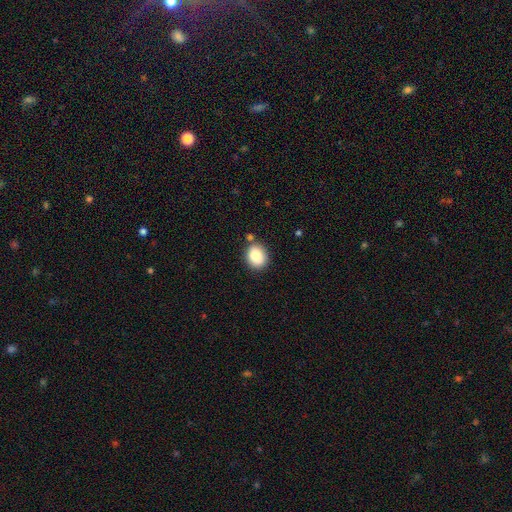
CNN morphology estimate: Overall: smooth (83%). How rounded: round (63%; in between 37%). Merging: none (80%).